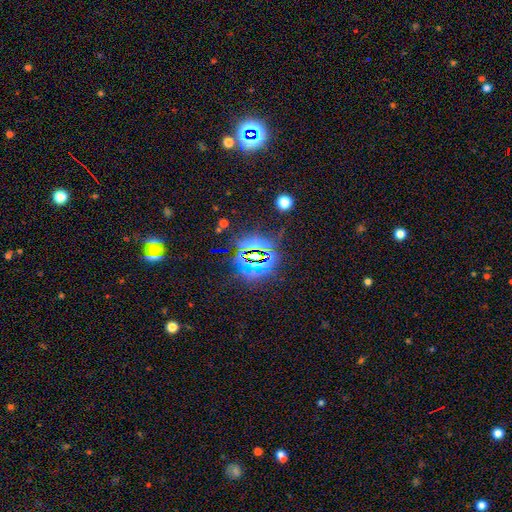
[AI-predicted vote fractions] smooth-or-featured: star or artifact: 79% | smooth: 12% | featured or disk: 9%